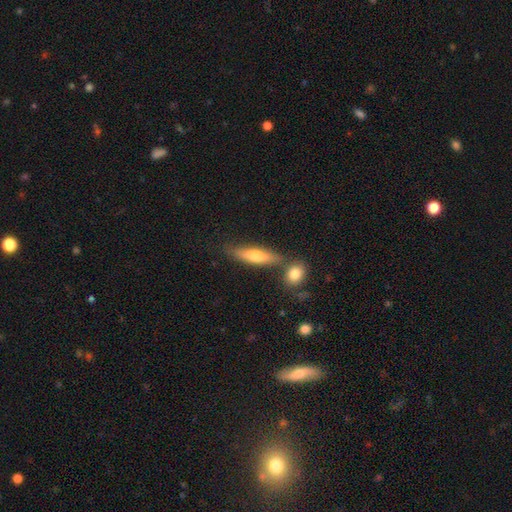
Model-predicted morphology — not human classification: Smooth or featured? Predicted: smooth (p=0.61). How rounded? Predicted: cigar-shaped (p=0.71). Merging? Predicted: none (p=0.69).